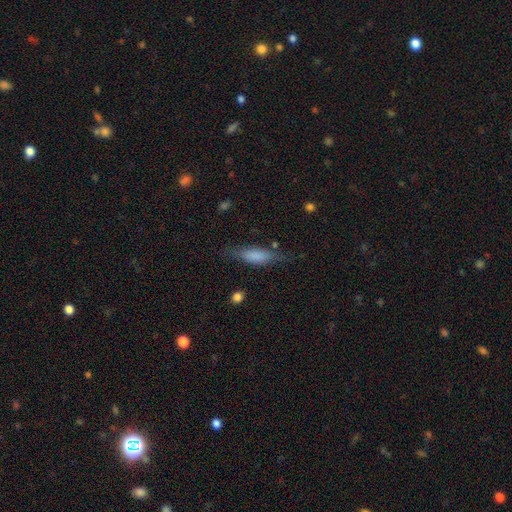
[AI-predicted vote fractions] smooth-or-featured: smooth: 67% | featured or disk: 25% | star or artifact: 8%
  how-rounded: cigar-shaped: 53% | in between: 45% | round: 3%
  merging: none: 68% | minor disturbance: 21% | major disturbance: 8% | merger: 3%